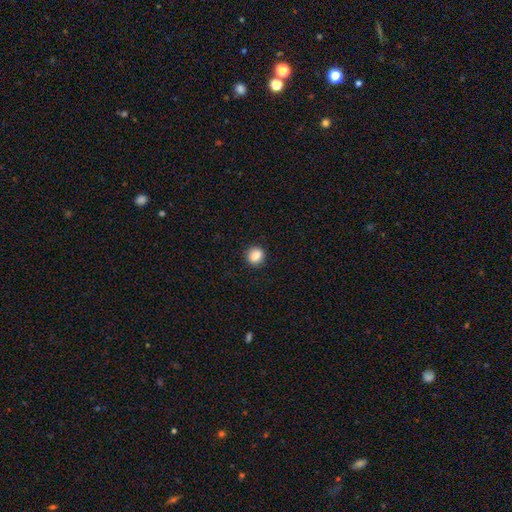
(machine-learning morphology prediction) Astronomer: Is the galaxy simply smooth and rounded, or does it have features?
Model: smooth — 86%.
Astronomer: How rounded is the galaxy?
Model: round — 79%.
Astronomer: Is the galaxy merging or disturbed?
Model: none — 91%.